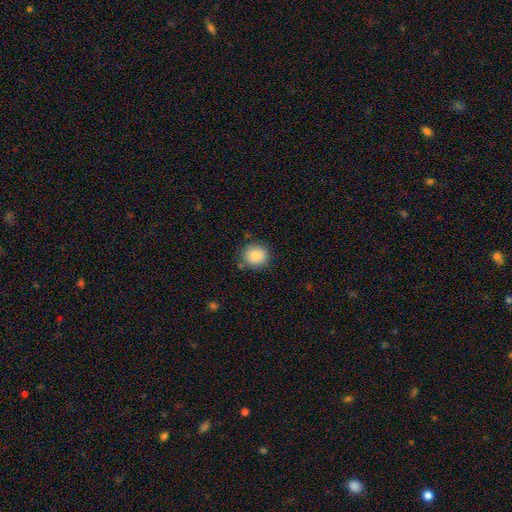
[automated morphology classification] type=smooth (86%); roundness=round (87%); merging=none (83%).